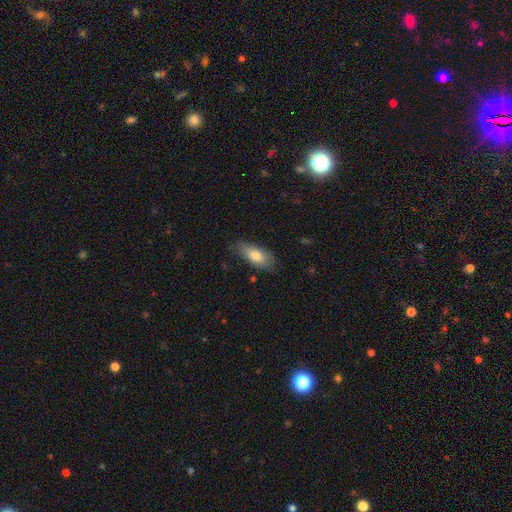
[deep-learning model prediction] Q: Smooth or featured?
A: smooth (77%); runner-up: featured or disk (17%)
Q: How rounded?
A: in between (83%); runner-up: cigar-shaped (15%)
Q: Merging?
A: none (72%); runner-up: minor disturbance (23%)